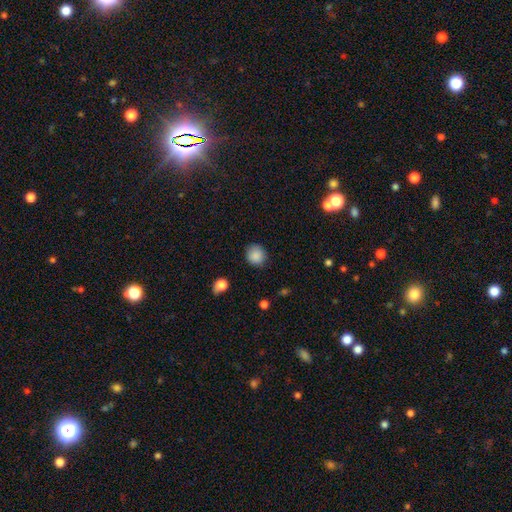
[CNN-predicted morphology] The model was most divided on "merging": none: 86%, minor disturbance: 10%, major disturbance: 3%, merger: 1%. More confident: how rounded — round (88%); smooth or featured — smooth (87%).